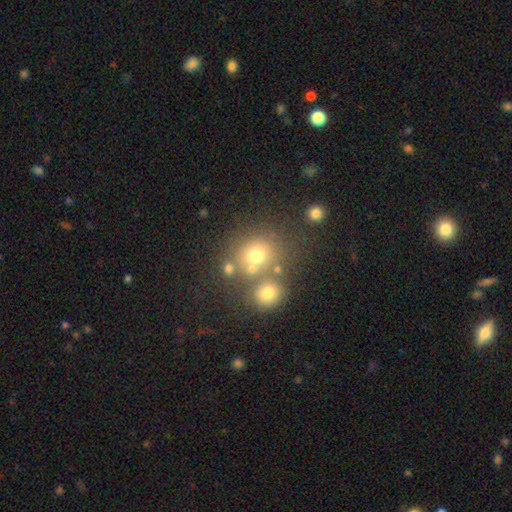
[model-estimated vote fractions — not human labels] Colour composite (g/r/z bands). It shows a smooth galaxy with no disk features (66%) that is round (78%). Merging: none (57%).